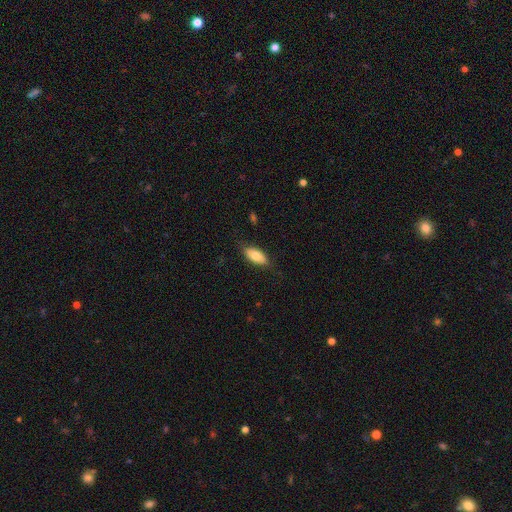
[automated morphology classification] This appears to be a smooth galaxy with no disk features (75%) that is in between round and cigar-shaped (88%). Merging: none (79%).